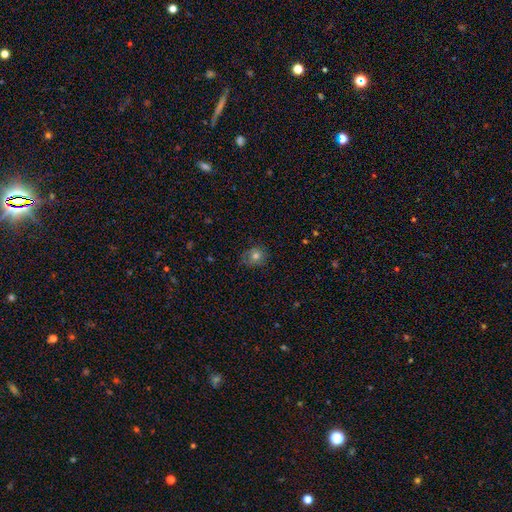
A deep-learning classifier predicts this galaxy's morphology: Q: Smooth or featured?
A: smooth (72%); runner-up: featured or disk (14%)
Q: How rounded?
A: round (76%); runner-up: in between (23%)
Q: Merging?
A: none (71%); runner-up: minor disturbance (21%)